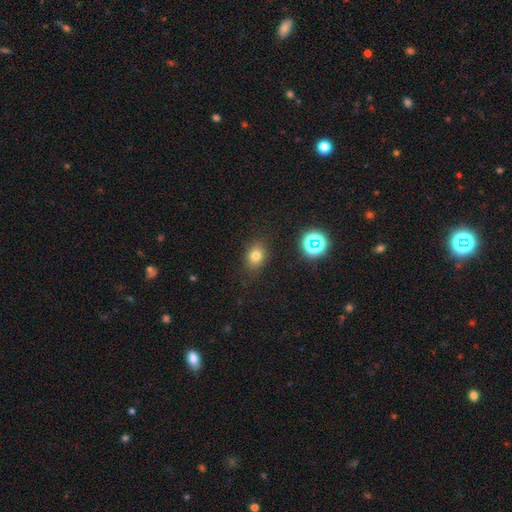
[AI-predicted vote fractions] Morphology: type=smooth (74%); roundness=in between (55%); merging=none (85%).